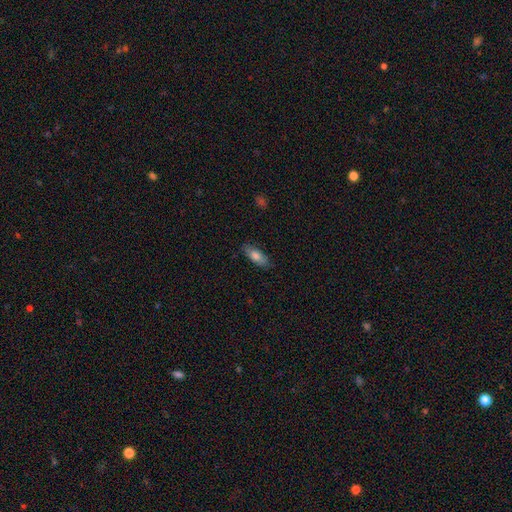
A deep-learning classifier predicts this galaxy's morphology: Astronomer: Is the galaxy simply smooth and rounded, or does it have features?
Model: smooth — 77%.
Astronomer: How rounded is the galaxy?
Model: in between — 73%.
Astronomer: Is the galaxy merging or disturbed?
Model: none — 83%.